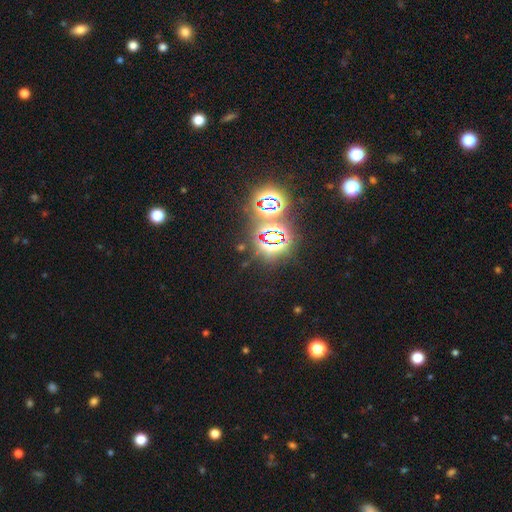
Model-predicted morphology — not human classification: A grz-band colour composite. It shows a star or artifact, not a galaxy (81%).